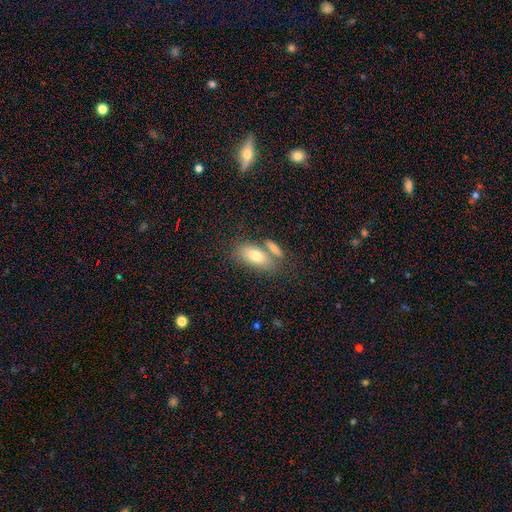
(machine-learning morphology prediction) Smooth or featured?
  - smooth: 74% *
  - featured or disk: 19%
  - star or artifact: 8%
How rounded?
  - in between: 85% *
  - cigar-shaped: 11%
  - round: 4%
Merging?
  - none: 56% *
  - merger: 26%
  - minor disturbance: 13%
  - major disturbance: 5%